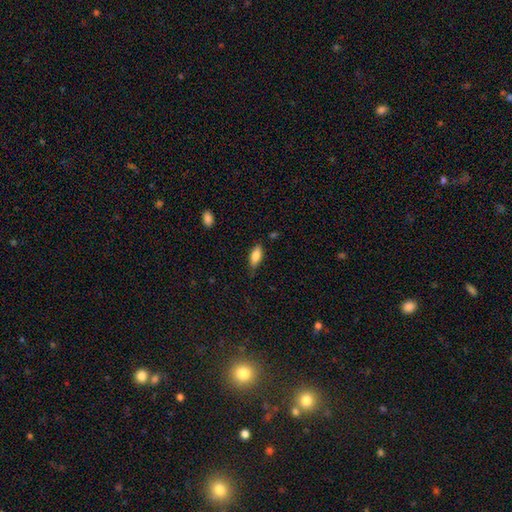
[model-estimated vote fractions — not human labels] The model was most divided on "merging": none: 75%, minor disturbance: 20%, major disturbance: 4%, merger: 2%. More confident: smooth or featured — smooth (82%); how rounded — in between (77%).